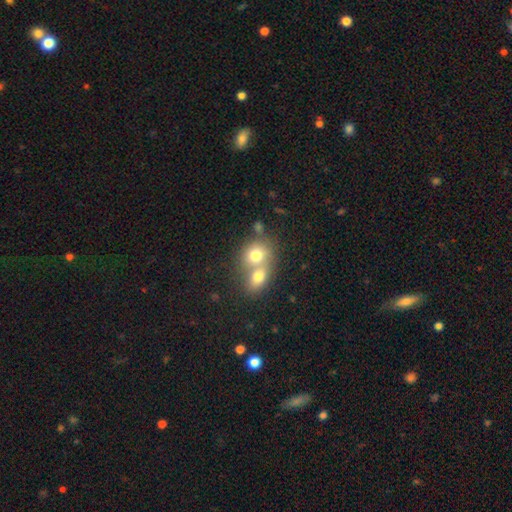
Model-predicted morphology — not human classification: A smooth galaxy with no disk features (74%) that is round (64%). Merging: merger (67%).